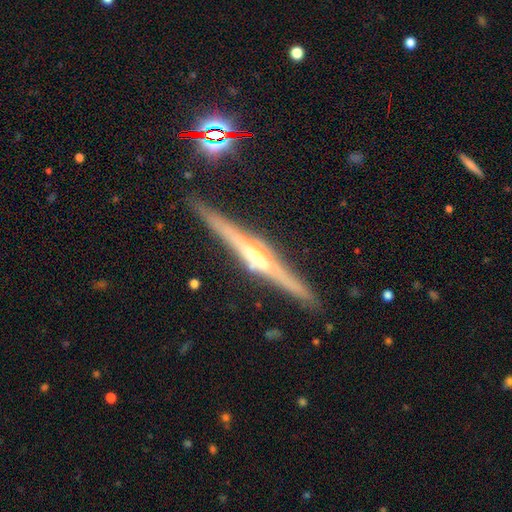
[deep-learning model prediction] The model was most divided on "edge-on bulge": rounded: 75%, boxy: 15%, none: 10%. More confident: edge-on disk — yes (98%); merging — none (90%); smooth or featured — featured or disk (84%).